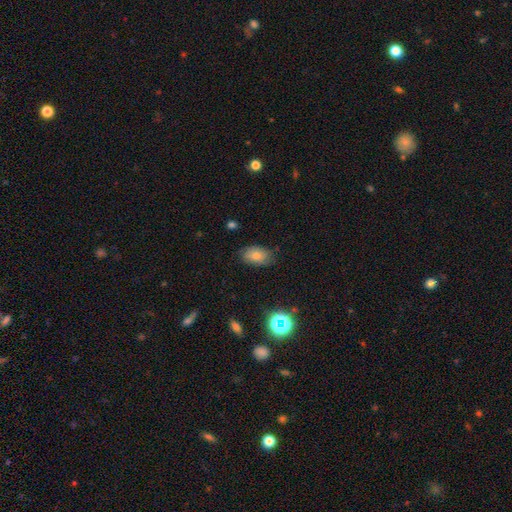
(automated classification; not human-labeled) The model was most divided on "smooth or featured": smooth: 72%, featured or disk: 16%, star or artifact: 12%. More confident: how rounded — in between (89%); merging — none (77%).